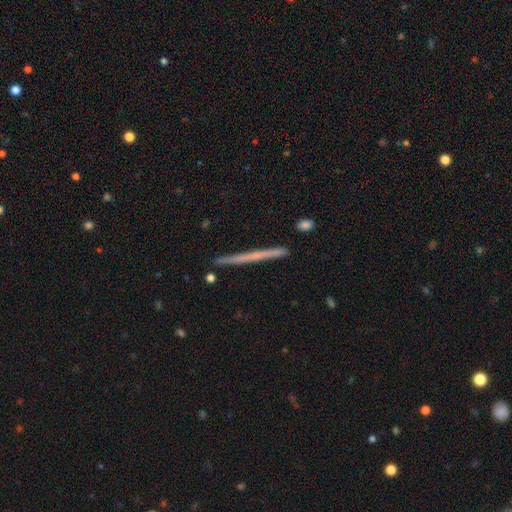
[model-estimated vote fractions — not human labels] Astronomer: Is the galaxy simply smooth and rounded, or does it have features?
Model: featured or disk — 55% (runner-up: smooth, 39%).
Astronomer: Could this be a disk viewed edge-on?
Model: yes — 98%.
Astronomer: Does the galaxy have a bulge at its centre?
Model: none — 83%.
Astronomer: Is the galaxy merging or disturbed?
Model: none — 90%.